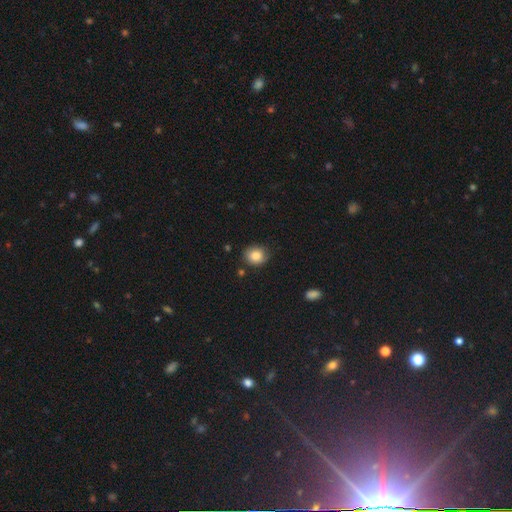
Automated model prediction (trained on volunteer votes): A smooth galaxy with no disk features (83%) that is round (72%).

Vote fractions:
- Smooth or featured? smooth: 83% / star or artifact: 9% / featured or disk: 8%
- How rounded? round: 72% / in between: 28% / cigar-shaped: 1%
- Merging? none: 80% / minor disturbance: 15% / major disturbance: 3% / merger: 2%